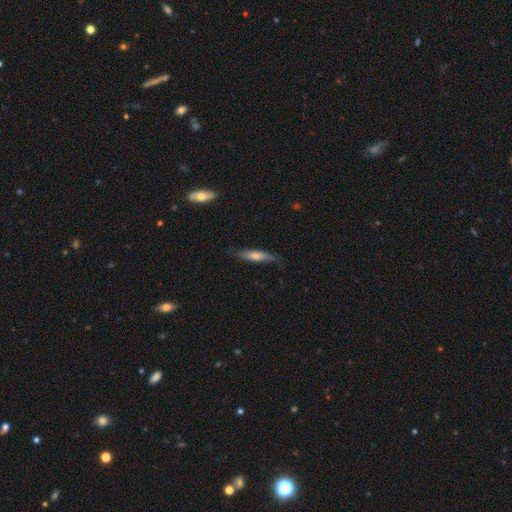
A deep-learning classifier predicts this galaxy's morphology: smooth_or_featured: smooth (p=0.47) [alt: featured or disk p=0.46]
merging: none (p=0.75) [alt: minor disturbance p=0.20]